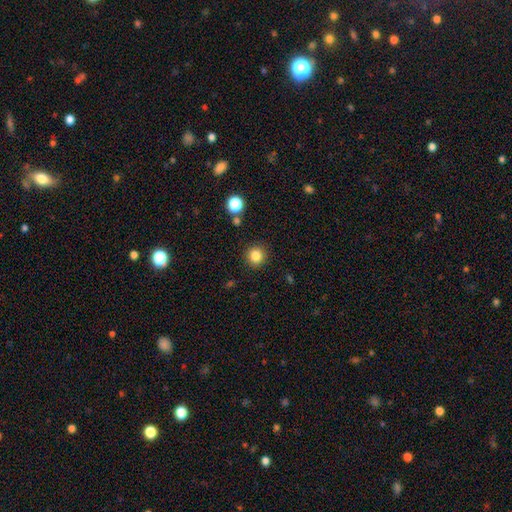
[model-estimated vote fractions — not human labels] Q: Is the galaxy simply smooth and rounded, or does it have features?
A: smooth — 83%.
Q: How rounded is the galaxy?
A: round — 93%.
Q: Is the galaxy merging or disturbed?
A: none — 90%.